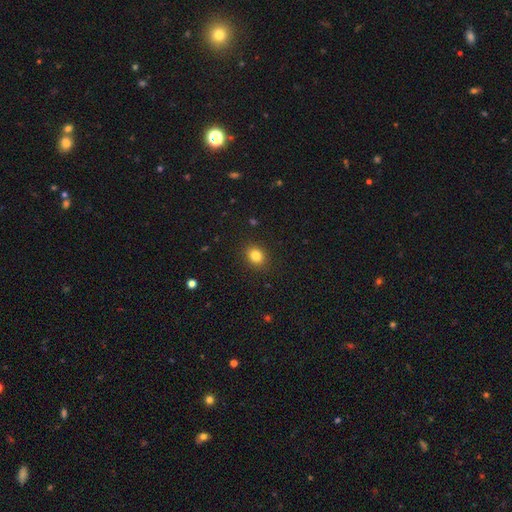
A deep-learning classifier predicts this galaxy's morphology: Smooth or featured? smooth (83%)
How rounded? round (58%)
Merging? none (90%)